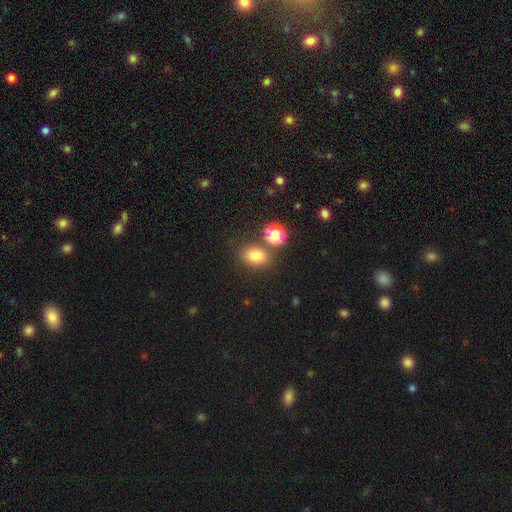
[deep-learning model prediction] Q: Smooth or featured?
A: smooth (80%); runner-up: star or artifact (13%)
Q: How rounded?
A: in between (64%); runner-up: round (35%)
Q: Merging?
A: none (70%); runner-up: merger (15%)